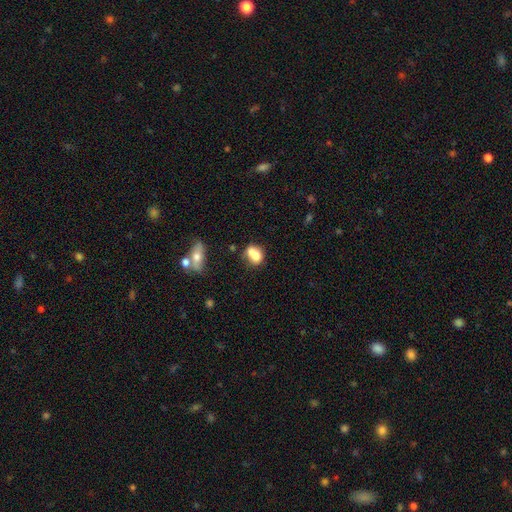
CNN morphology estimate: smooth-or-featured: smooth: 70% | featured or disk: 20% | star or artifact: 10%
  how-rounded: in between: 54% | round: 44% | cigar-shaped: 2%
  merging: merger: 54% | none: 28% | minor disturbance: 12% | major disturbance: 6%